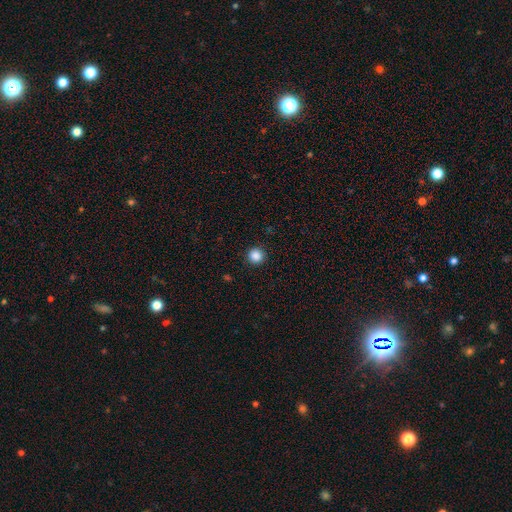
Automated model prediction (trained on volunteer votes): smooth-or-featured: smooth: 87% | star or artifact: 10% | featured or disk: 3%
  how-rounded: round: 94% | in between: 5% | cigar-shaped: 1%
  merging: none: 92% | minor disturbance: 5% | major disturbance: 2% | merger: 1%